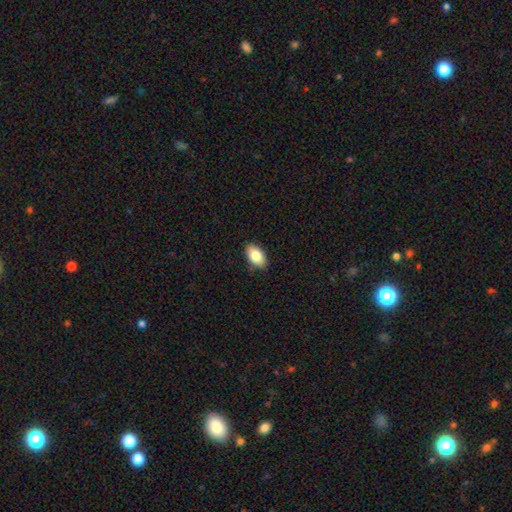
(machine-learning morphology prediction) smooth-or-featured: smooth: 84% | featured or disk: 10% | star or artifact: 7%
  how-rounded: in between: 93% | round: 5% | cigar-shaped: 2%
  merging: none: 87% | minor disturbance: 10% | major disturbance: 2% | merger: 1%